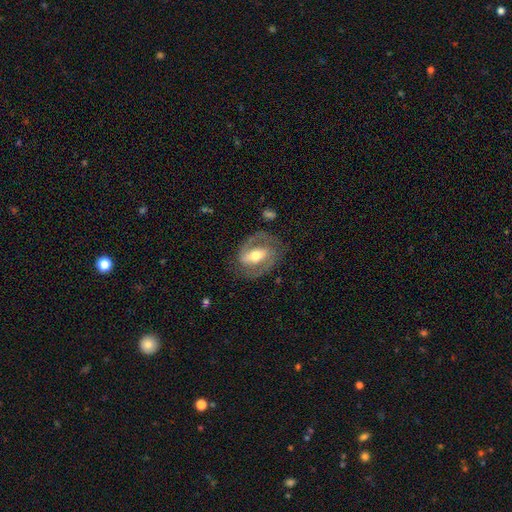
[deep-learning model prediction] Smooth or featured? featured or disk (79%)
Edge-on disk? no (95%)
Bar? strong (48%)
Spiral arms? yes (84%)
Spiral winding? medium (49%)
Spiral arm count? 2 (84%)
Bulge size? moderate (70%)
Merging? none (74%)